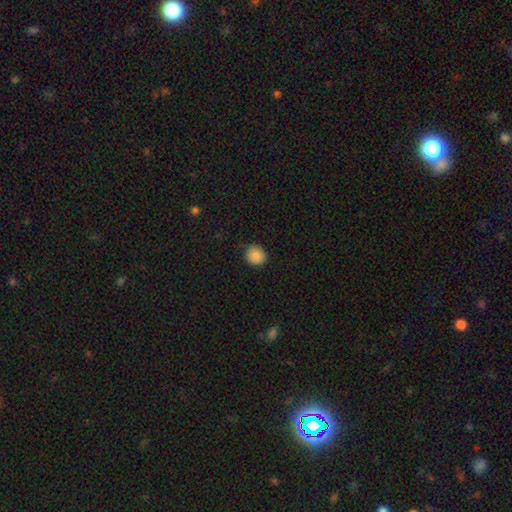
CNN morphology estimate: Q: Smooth or featured?
A: smooth (88%); runner-up: star or artifact (9%)
Q: How rounded?
A: round (87%); runner-up: in between (12%)
Q: Merging?
A: none (82%); runner-up: minor disturbance (14%)